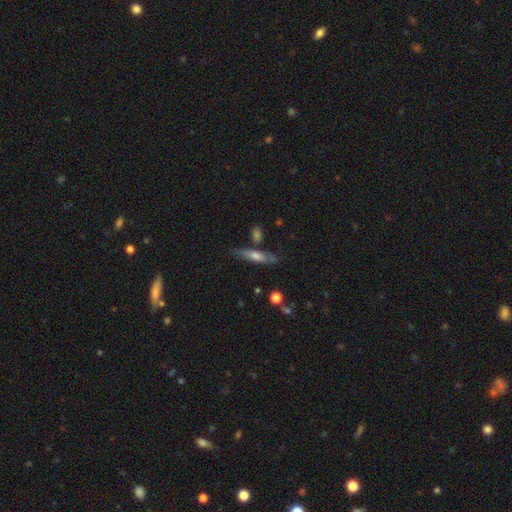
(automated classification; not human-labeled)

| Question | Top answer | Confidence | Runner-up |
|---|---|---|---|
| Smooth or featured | smooth | 46% | tied: featured or disk (46%) |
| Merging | none | 72% | minor disturbance (16%) |